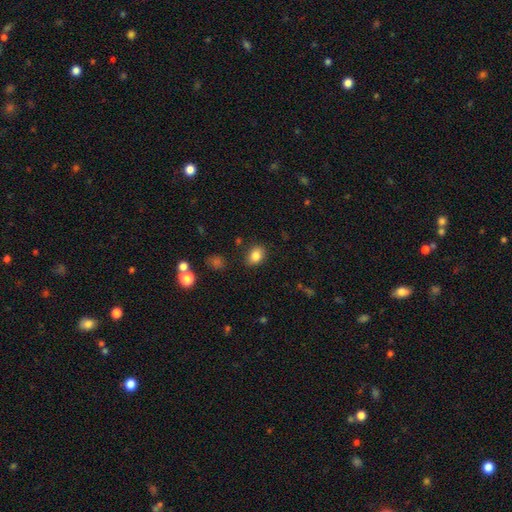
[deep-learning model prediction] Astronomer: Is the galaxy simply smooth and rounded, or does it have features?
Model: smooth — 84%.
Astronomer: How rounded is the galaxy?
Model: in between — 68%.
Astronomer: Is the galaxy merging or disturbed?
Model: none — 82%.